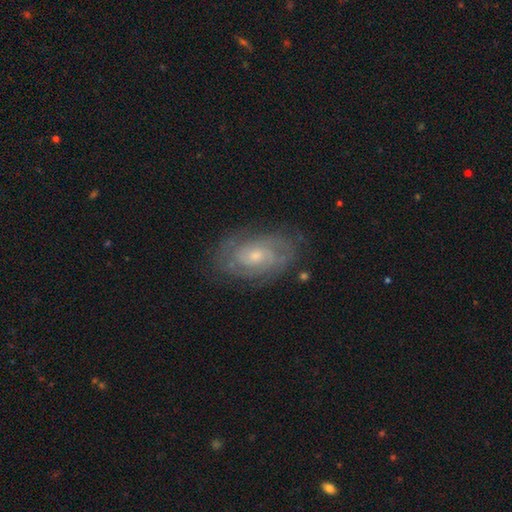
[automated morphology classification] Overall: featured or disk (80%). Edge-on disk: no (96%). Bar: no (65%; weak 30%). Spiral arms: yes (91%). Spiral arm count: 2 (43%; can't tell 34%). Spiral winding: tight (59%; medium 33%). Bulge size: small (52%; moderate 42%). Merging: none (76%).